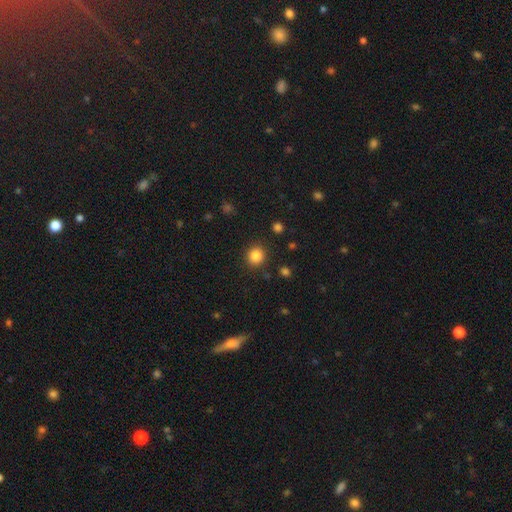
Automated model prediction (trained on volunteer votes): Smooth or featured: smooth — 85% (star or artifact — 11%)
How rounded: round — 86% (in between — 13%)
Merging: none — 88% (minor disturbance — 7%)